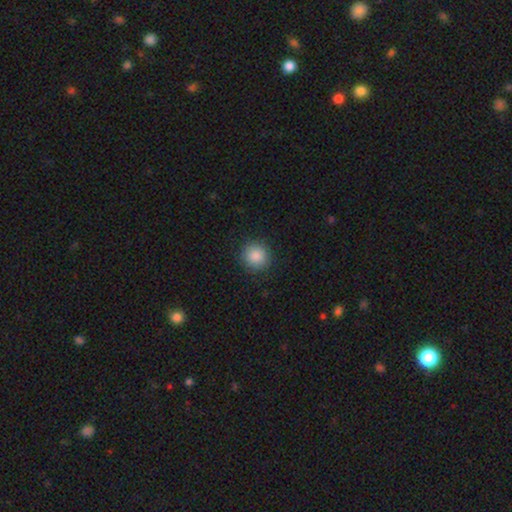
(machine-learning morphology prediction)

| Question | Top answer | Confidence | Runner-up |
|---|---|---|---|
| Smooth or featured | smooth | 87% | star or artifact (9%) |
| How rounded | round | 93% | in between (6%) |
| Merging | none | 90% | minor disturbance (7%) |